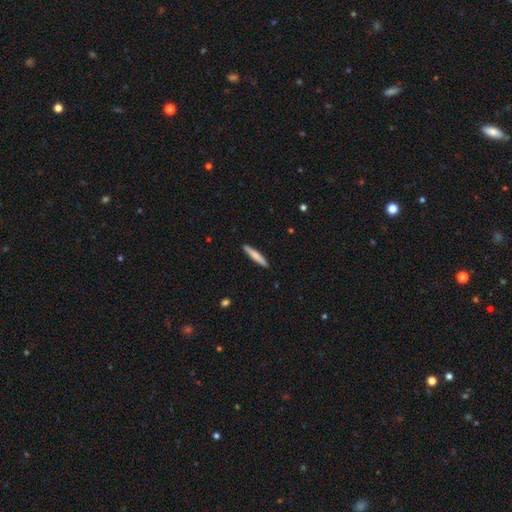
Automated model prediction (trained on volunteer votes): Morphology: type=smooth (73%); roundness=cigar-shaped (93%); merging=none (90%).